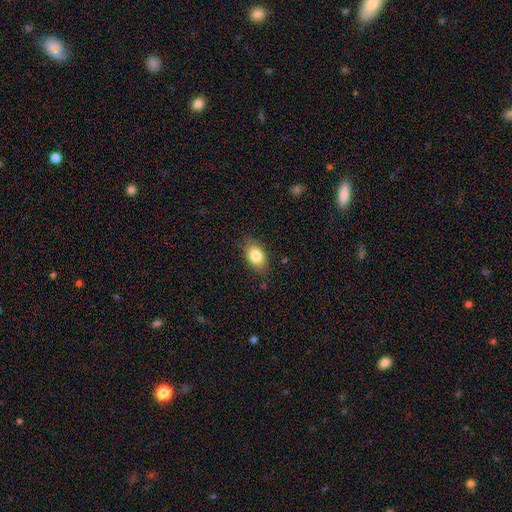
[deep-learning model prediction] smooth-or-featured: smooth: 81% | featured or disk: 11% | star or artifact: 8%
  how-rounded: in between: 86% | round: 12% | cigar-shaped: 2%
  merging: none: 80% | minor disturbance: 16% | major disturbance: 3% | merger: 1%